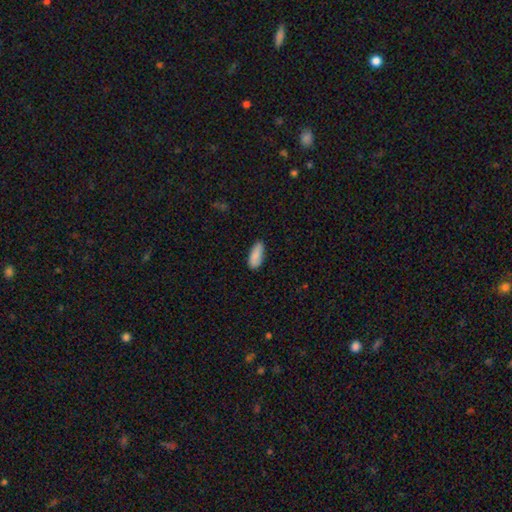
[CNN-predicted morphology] This appears to be a smooth galaxy with no disk features (88%) that is in between round and cigar-shaped (78%). Merging: none (79%).